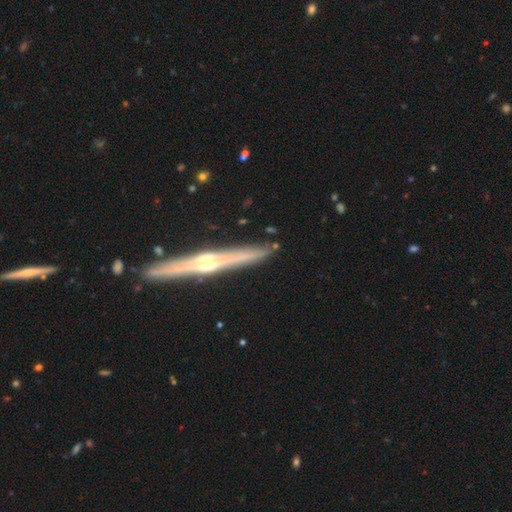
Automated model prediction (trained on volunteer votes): Smooth or featured? featured or disk (76%)
Edge-on disk? yes (96%)
Edge-on bulge? rounded (69%)
Merging? none (88%)